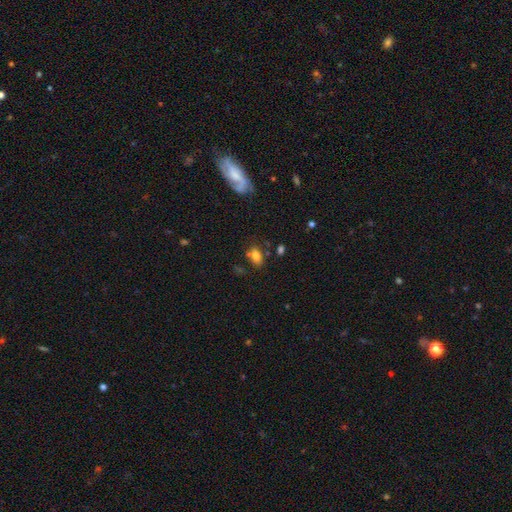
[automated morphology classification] smooth_or_featured: smooth (p=0.78) [alt: star or artifact p=0.12]
how_rounded: in between (p=0.84) [alt: round p=0.13]
merging: none (p=0.68) [alt: minor disturbance p=0.16]